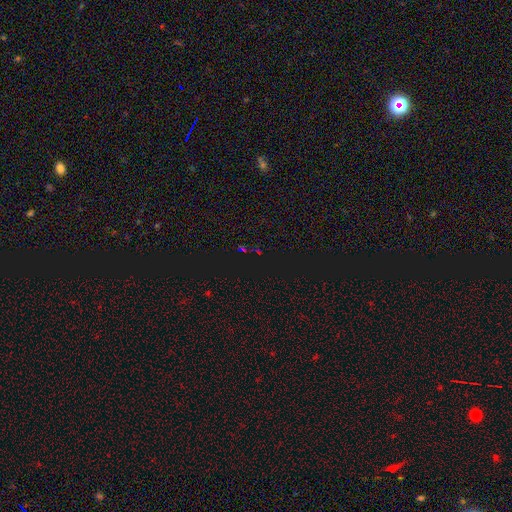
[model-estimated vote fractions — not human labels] Smooth or featured?
  - star or artifact: 70% *
  - smooth: 19%
  - featured or disk: 10%